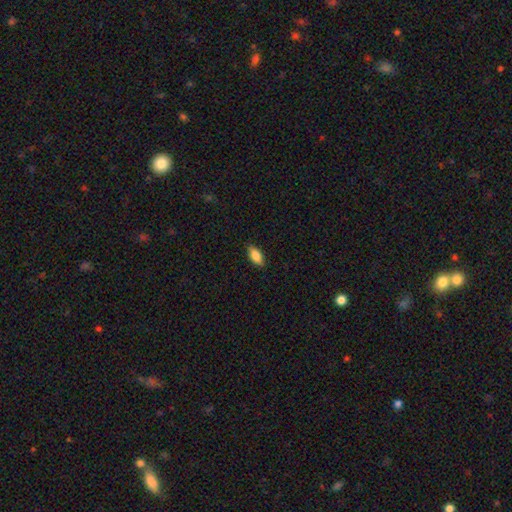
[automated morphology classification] smooth-or-featured: smooth: 84% | featured or disk: 9% | star or artifact: 7%
  how-rounded: in between: 86% | cigar-shaped: 11% | round: 3%
  merging: none: 83% | minor disturbance: 14% | major disturbance: 2% | merger: 1%